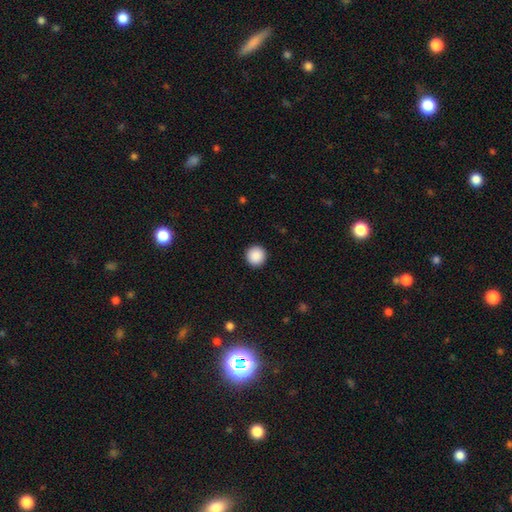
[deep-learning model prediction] smooth_or_featured: smooth (p=0.89) [alt: star or artifact p=0.08]
how_rounded: round (p=0.96) [alt: in between p=0.03]
merging: none (p=0.93) [alt: minor disturbance p=0.04]